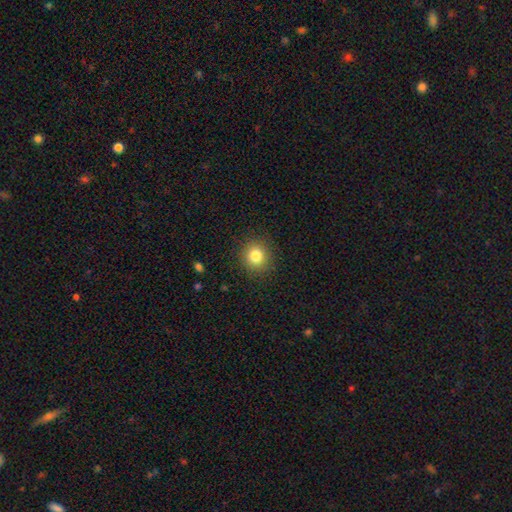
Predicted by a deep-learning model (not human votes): Smooth or featured: smooth — 82% (star or artifact — 12%)
How rounded: round — 87% (in between — 13%)
Merging: none — 90% (minor disturbance — 6%)